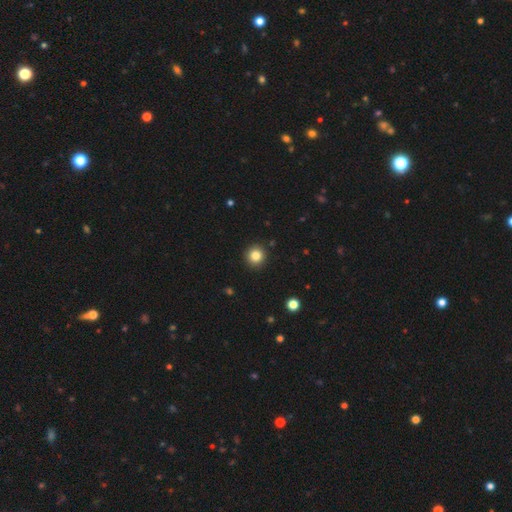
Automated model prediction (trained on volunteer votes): This is clearly a smooth galaxy (83%). How rounded: clearly round (93%). Merging: clearly none (92%).